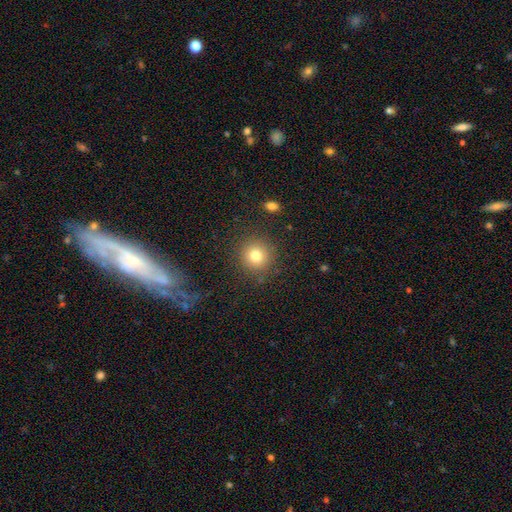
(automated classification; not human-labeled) smooth_or_featured: smooth (p=0.80) [alt: star or artifact p=0.12]
how_rounded: round (p=0.92) [alt: in between p=0.07]
merging: none (p=0.87) [alt: minor disturbance p=0.08]